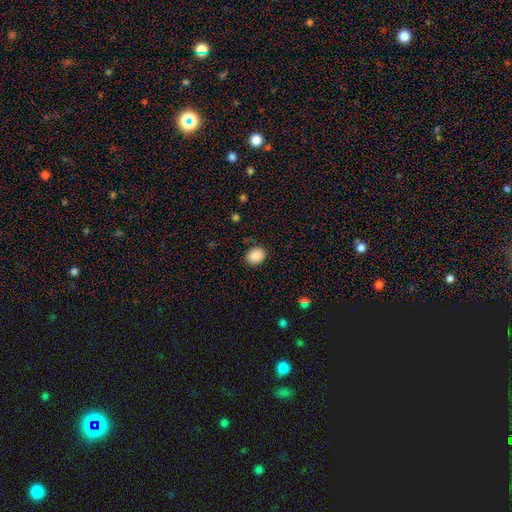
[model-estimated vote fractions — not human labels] Overall: smooth (88%). How rounded: round (56%; in between 43%). Merging: none (87%).